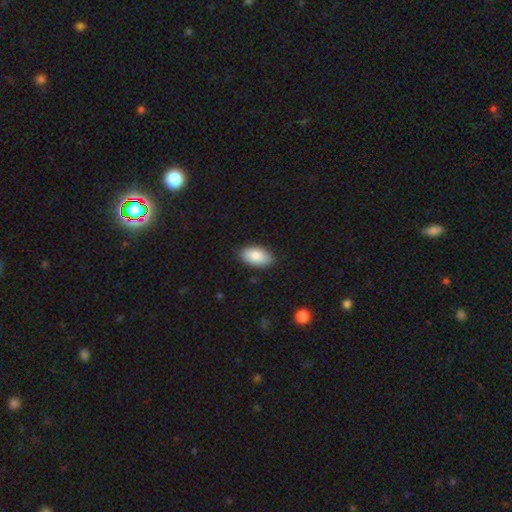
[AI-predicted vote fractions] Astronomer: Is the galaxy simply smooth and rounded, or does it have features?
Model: smooth — 87%.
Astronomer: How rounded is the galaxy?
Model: in between — 95%.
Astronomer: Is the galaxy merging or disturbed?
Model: none — 86%.